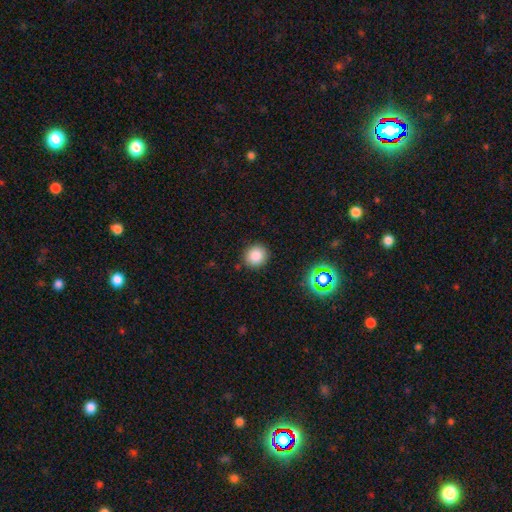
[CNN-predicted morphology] A smooth galaxy with no disk features (83%) that is round (91%).

Vote fractions:
- Smooth or featured? smooth: 83% / star or artifact: 13% / featured or disk: 4%
- How rounded? round: 91% / in between: 8% / cigar-shaped: 1%
- Merging? none: 90% / minor disturbance: 7% / major disturbance: 2% / merger: 1%